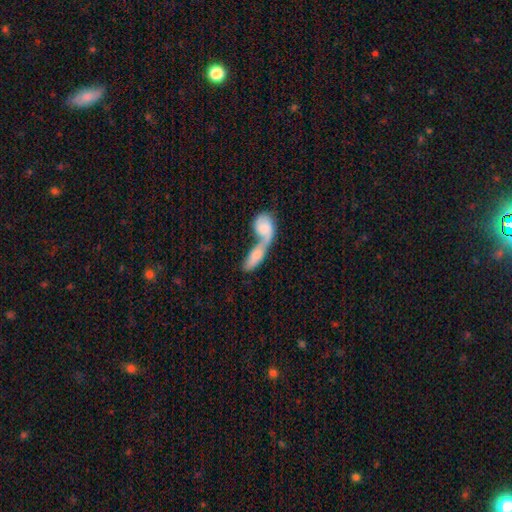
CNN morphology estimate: smooth-or-featured: smooth: 71% | featured or disk: 23% | star or artifact: 6%
  how-rounded: in between: 72% | cigar-shaped: 21% | round: 7%
  merging: merger: 77% | none: 11% | major disturbance: 7% | minor disturbance: 5%